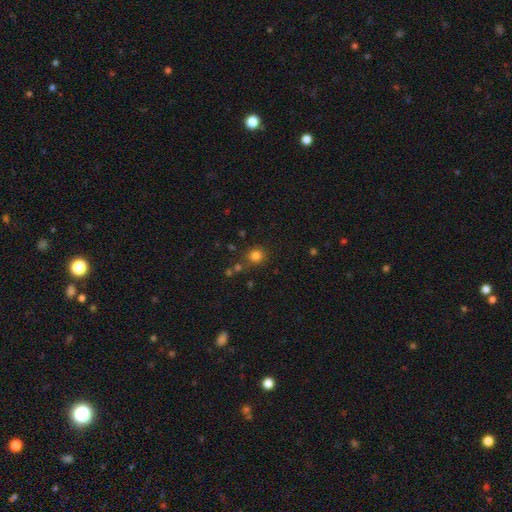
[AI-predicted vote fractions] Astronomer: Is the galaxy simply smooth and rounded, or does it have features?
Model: smooth — 80%.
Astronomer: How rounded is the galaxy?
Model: round — 89%.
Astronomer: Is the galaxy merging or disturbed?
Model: none — 81%.